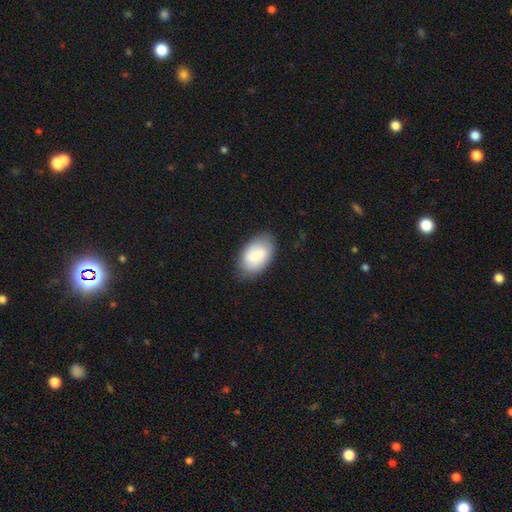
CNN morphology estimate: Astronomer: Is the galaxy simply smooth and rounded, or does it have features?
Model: smooth — 76%.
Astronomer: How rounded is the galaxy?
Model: in between — 93%.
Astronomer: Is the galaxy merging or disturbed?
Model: none — 80%.